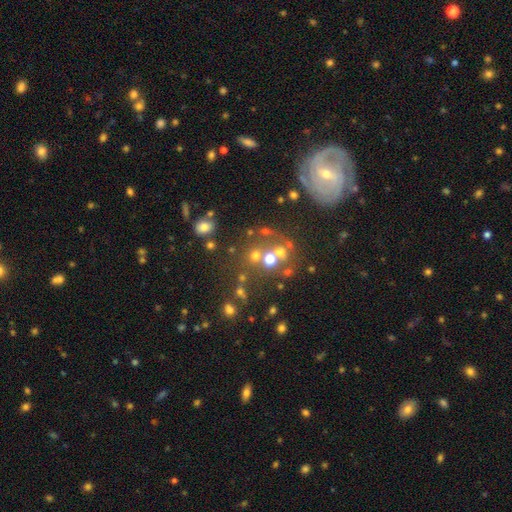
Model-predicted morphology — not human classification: Smooth or featured? Predicted: smooth (p=0.59). How rounded? Predicted: round (p=0.83). Merging? Predicted: none (p=0.58).